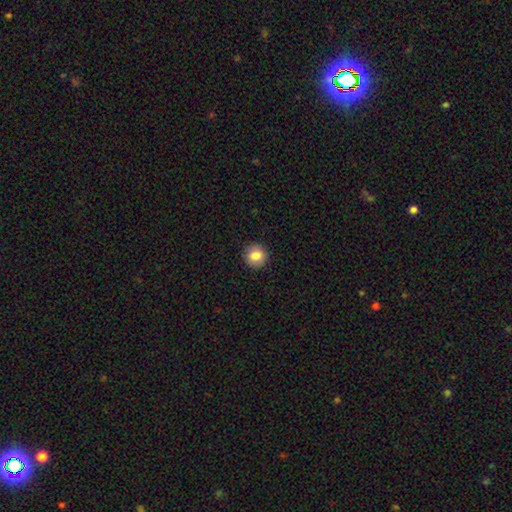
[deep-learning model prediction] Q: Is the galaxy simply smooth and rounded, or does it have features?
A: smooth — 85%.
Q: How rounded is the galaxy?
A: round — 92%.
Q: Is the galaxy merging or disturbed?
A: none — 92%.